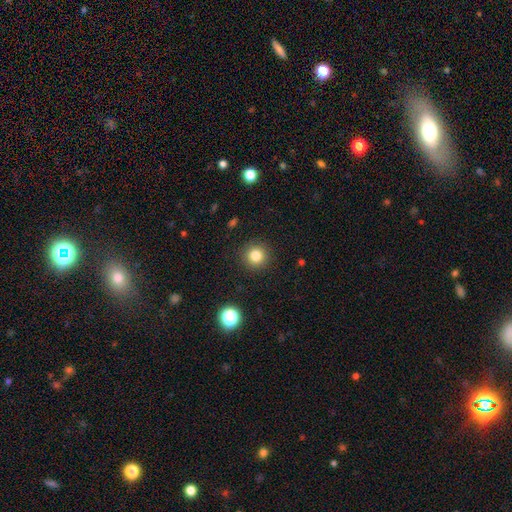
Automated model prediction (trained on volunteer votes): A smooth galaxy with no disk features (82%) that is round (95%). Merging: none (91%).